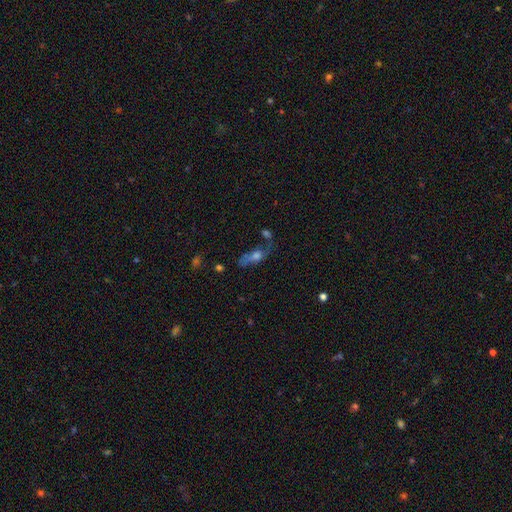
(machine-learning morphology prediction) type=featured or disk (44%); merging=none (40%).